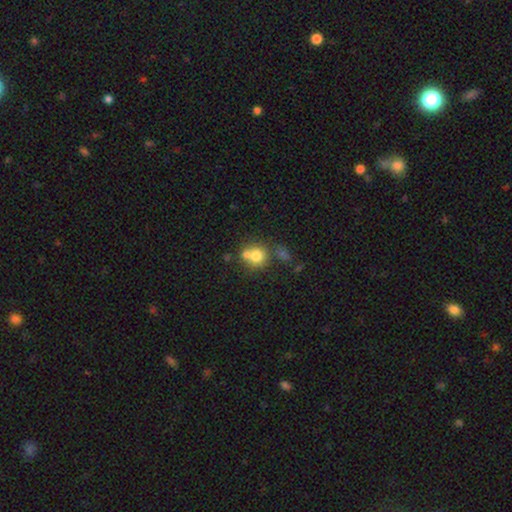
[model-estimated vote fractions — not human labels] Smooth or featured?
  - smooth: 74% *
  - featured or disk: 15%
  - star or artifact: 11%
How rounded?
  - round: 84% *
  - in between: 15%
  - cigar-shaped: 1%
Merging?
  - none: 44% *
  - merger: 42%
  - minor disturbance: 10%
  - major disturbance: 5%